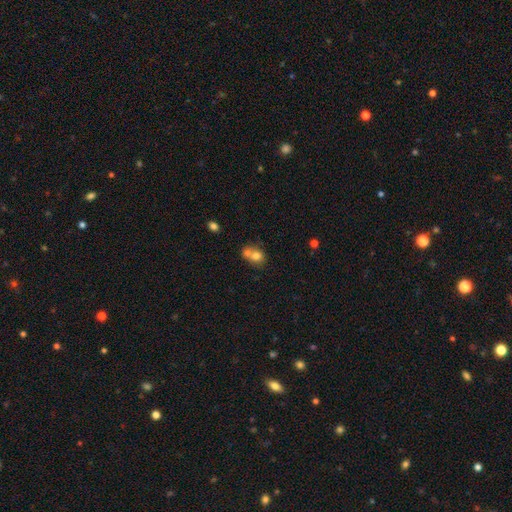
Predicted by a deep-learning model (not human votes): This is likely a smooth galaxy (74%). How rounded: likely round (65%). Merging: likely merger (60%).